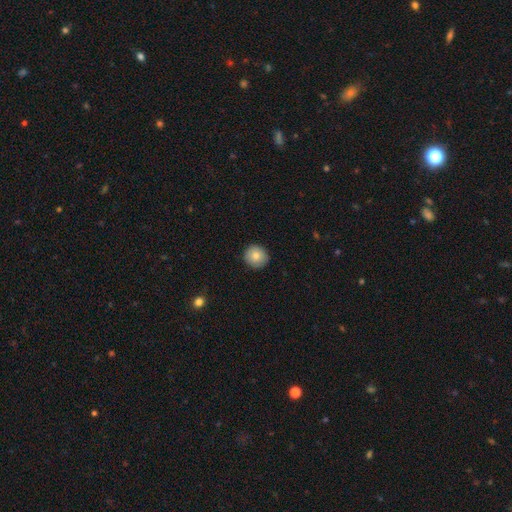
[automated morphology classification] This is clearly a smooth galaxy (82%). How rounded: clearly round (91%). Merging: clearly none (90%).